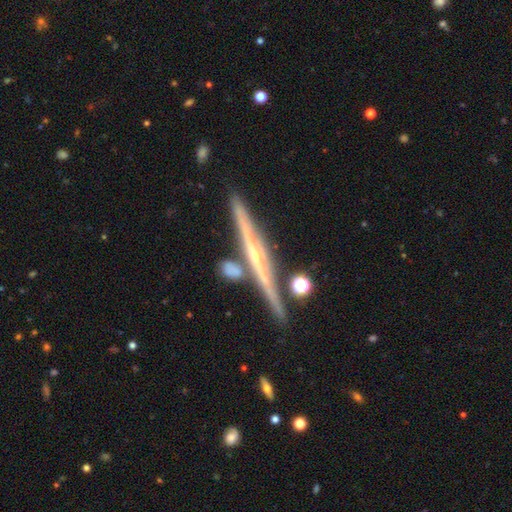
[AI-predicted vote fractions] smooth-or-featured: featured or disk: 83% | smooth: 11% | star or artifact: 6%
  disk-edge-on: yes: 98% | no: 2%
    edge-on-bulge: rounded: 72% | none: 23% | boxy: 5%
  merging: none: 82% | minor disturbance: 8% | merger: 8% | major disturbance: 2%